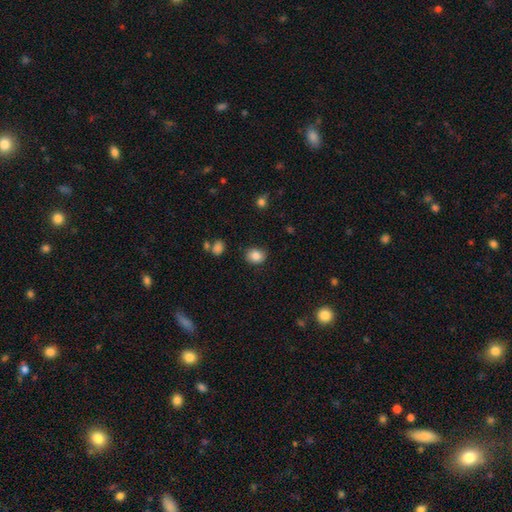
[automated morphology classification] This appears to be a smooth galaxy with no disk features (85%) that is round (57%). Merging: none (86%).